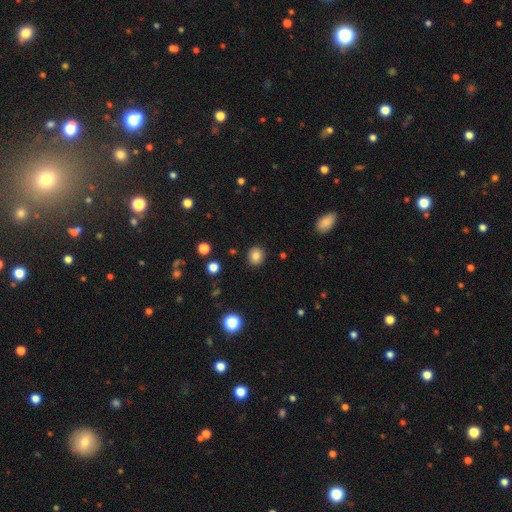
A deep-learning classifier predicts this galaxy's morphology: A smooth galaxy with no disk features (84%) that is round (83%).

Vote fractions:
- Smooth or featured? smooth: 84% / star or artifact: 11% / featured or disk: 6%
- How rounded? round: 83% / in between: 16% / cigar-shaped: 1%
- Merging? none: 91% / minor disturbance: 6% / major disturbance: 2% / merger: 1%